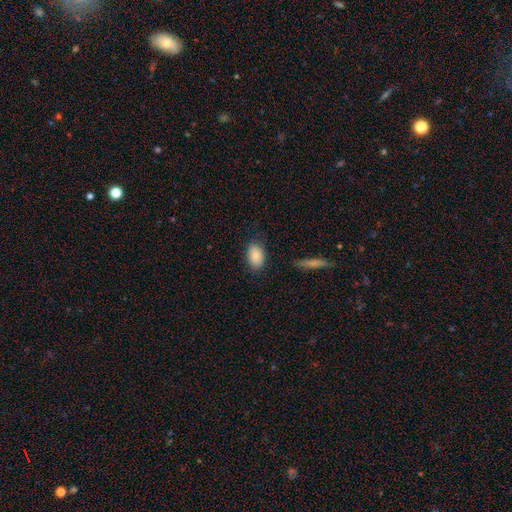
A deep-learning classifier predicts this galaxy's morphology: Smooth or featured? Predicted: smooth (p=0.85). How rounded? Predicted: in between (p=0.87). Merging? Predicted: none (p=0.82).